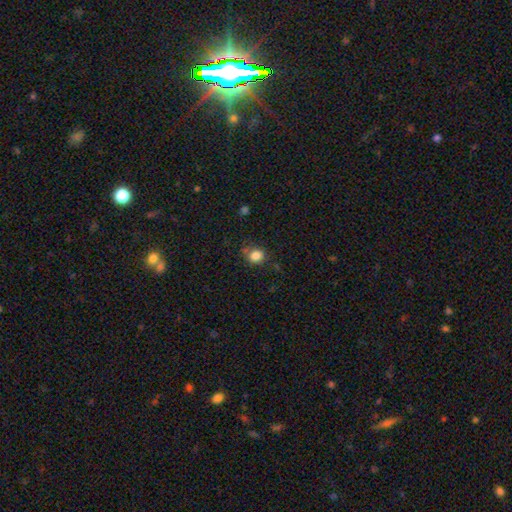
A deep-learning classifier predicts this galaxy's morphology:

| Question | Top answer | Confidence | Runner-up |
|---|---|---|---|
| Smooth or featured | smooth | 84% | star or artifact (11%) |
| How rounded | round | 68% | in between (31%) |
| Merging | none | 71% | minor disturbance (18%) |